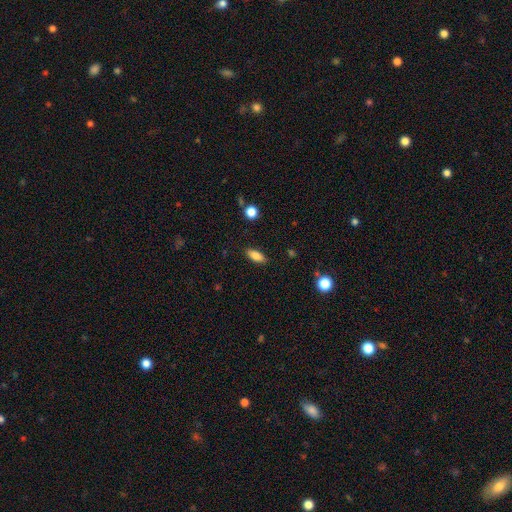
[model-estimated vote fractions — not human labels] Smooth or featured: smooth — 83% (featured or disk — 9%)
How rounded: in between — 83% (cigar-shaped — 14%)
Merging: none — 87% (minor disturbance — 9%)